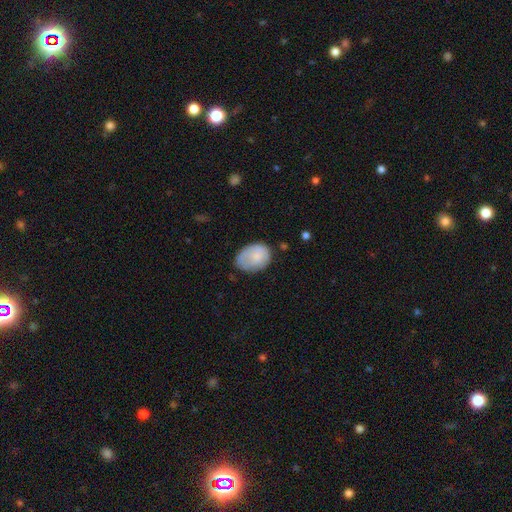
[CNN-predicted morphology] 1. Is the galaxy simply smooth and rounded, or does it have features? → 75% smooth, 18% featured or disk, 7% star or artifact.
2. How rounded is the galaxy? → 72% in between, 27% round, 1% cigar-shaped.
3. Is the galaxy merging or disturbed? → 57% none, 31% minor disturbance, 10% major disturbance, 2% merger.